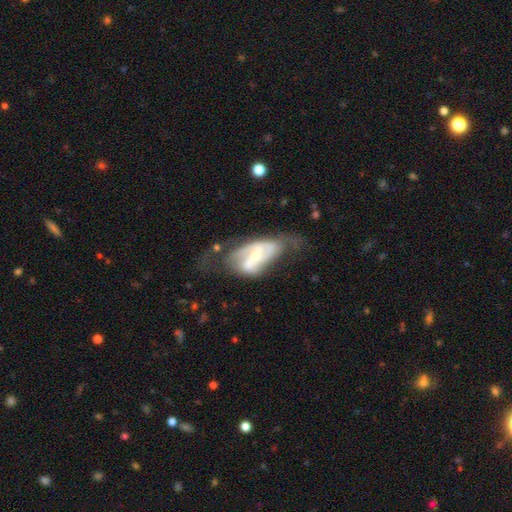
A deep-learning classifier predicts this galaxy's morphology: Smooth or featured? featured or disk (75%)
Edge-on disk? no (93%)
Bar? strong (35%, tied with weak)
Spiral arms? yes (77%)
Spiral winding? medium (41%)
Spiral arm count? 2 (71%)
Bulge size? small (59%)
Merging? none (36%)